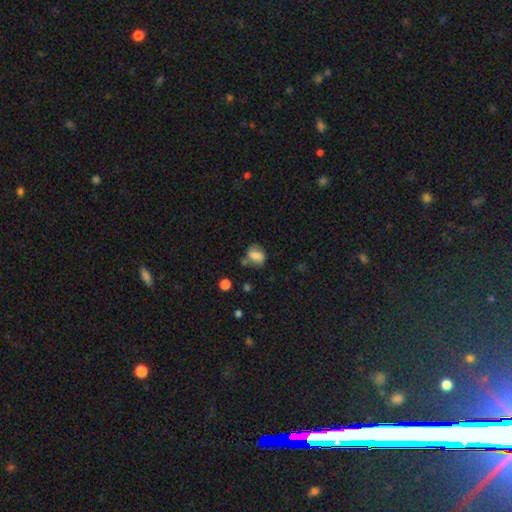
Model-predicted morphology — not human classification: Overall: smooth (69%). How rounded: in between (60%; round 38%). Merging: none (47%; minor disturbance 28%).